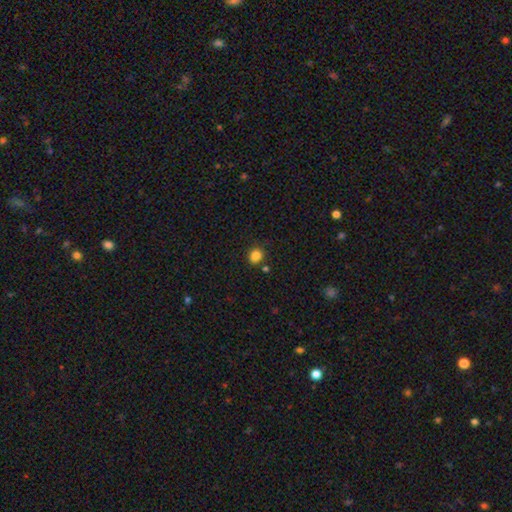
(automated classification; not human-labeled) A smooth galaxy with no disk features (84%) that is round (67%). Merging: none (77%).